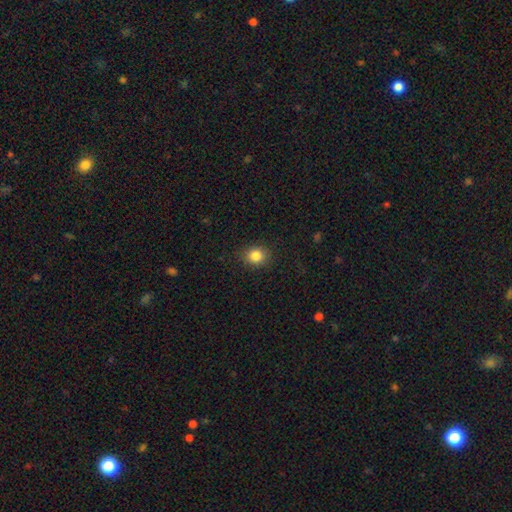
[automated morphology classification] Smooth or featured? smooth (84%)
How rounded? round (74%)
Merging? none (88%)